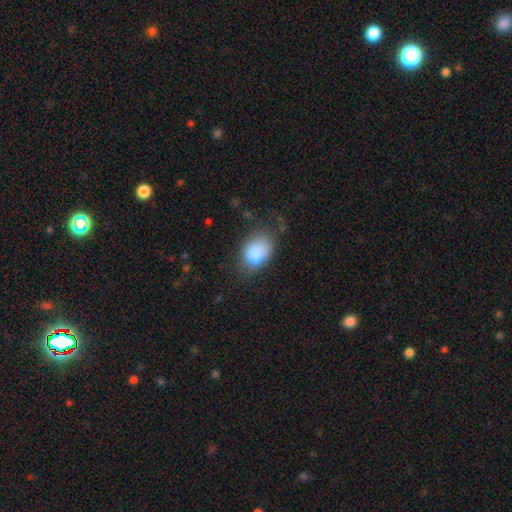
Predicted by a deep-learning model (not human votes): smooth 83%, star or artifact 9%, featured or disk 8%. Down the decision tree: how rounded — in between (78%); merging — none (62%).